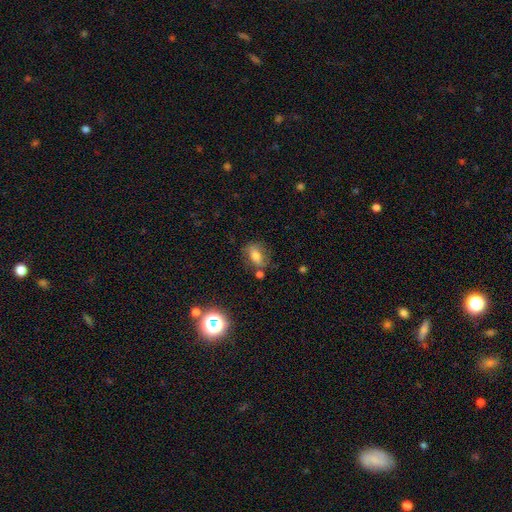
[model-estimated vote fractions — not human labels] Smooth or featured? Predicted: smooth (p=0.68). How rounded? Predicted: in between (p=0.78). Merging? Predicted: none (p=0.63).